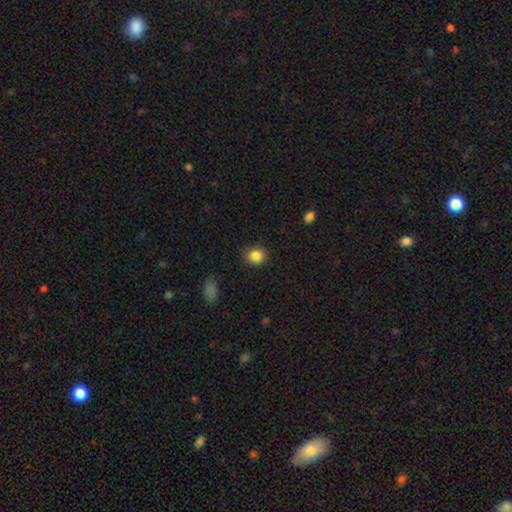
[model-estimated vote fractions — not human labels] Smooth or featured? Predicted: smooth (p=0.85). How rounded? Predicted: round (p=0.82). Merging? Predicted: none (p=0.85).